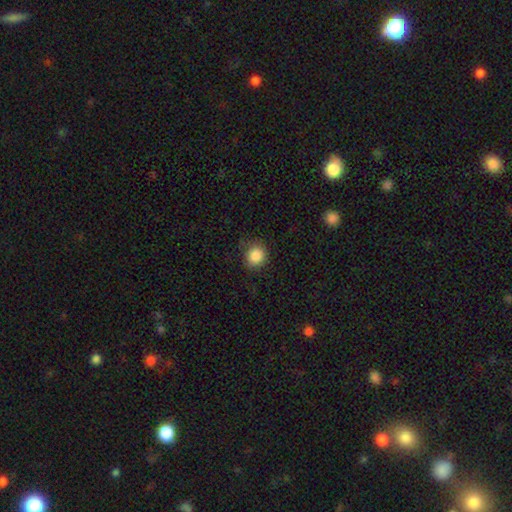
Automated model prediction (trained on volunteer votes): A smooth galaxy with no disk features (87%) that is round (82%).

Vote fractions:
- Smooth or featured? smooth: 87% / star or artifact: 9% / featured or disk: 4%
- How rounded? round: 82% / in between: 17% / cigar-shaped: 1%
- Merging? none: 80% / minor disturbance: 15% / major disturbance: 4% / merger: 1%